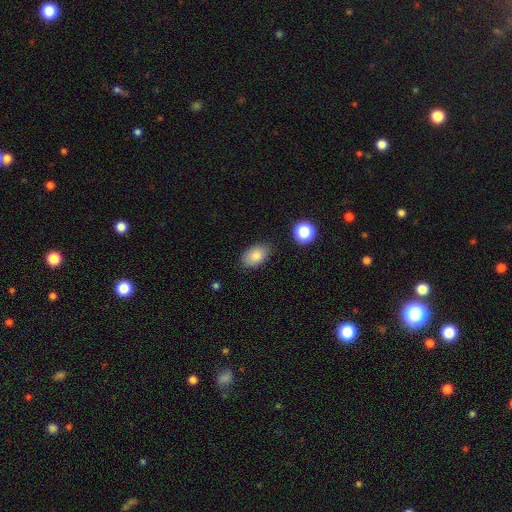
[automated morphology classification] This appears to be a smooth galaxy with no disk features (84%) that is in between round and cigar-shaped (90%). Merging: none (82%).